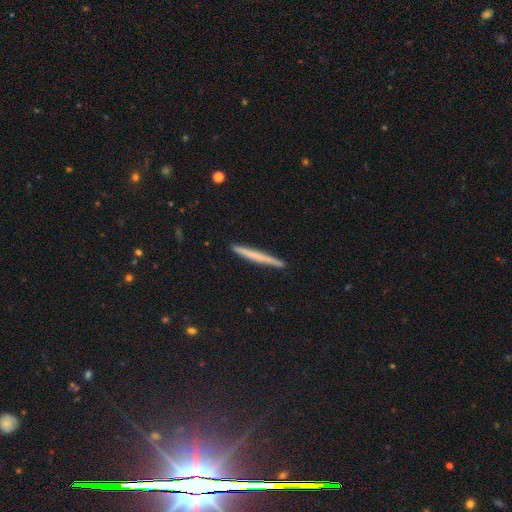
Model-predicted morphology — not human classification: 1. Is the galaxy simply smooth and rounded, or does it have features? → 53% smooth, 40% featured or disk, 7% star or artifact.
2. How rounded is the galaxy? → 97% cigar-shaped, 2% in between, 1% round.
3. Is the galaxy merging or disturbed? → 91% none, 6% minor disturbance, 1% major disturbance, 1% merger.